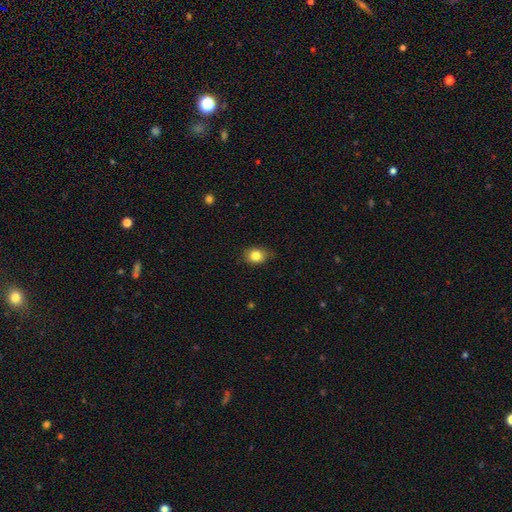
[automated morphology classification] A smooth galaxy with no disk features (83%) that is in between round and cigar-shaped (57%). Merging: none (76%).